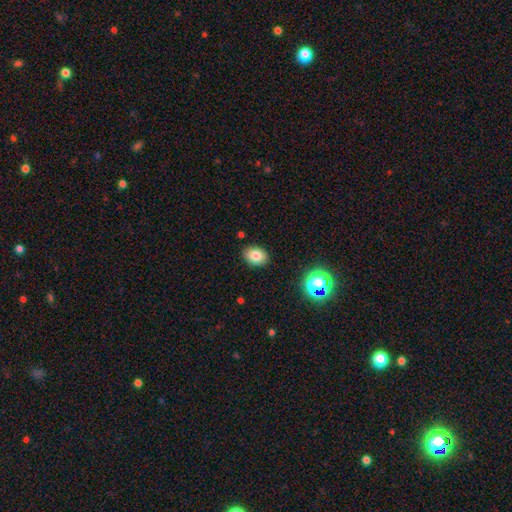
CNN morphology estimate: Smooth or featured?
  - smooth: 80% *
  - star or artifact: 11%
  - featured or disk: 9%
How rounded?
  - in between: 71% *
  - round: 28%
  - cigar-shaped: 1%
Merging?
  - none: 87% *
  - minor disturbance: 9%
  - major disturbance: 2%
  - merger: 2%